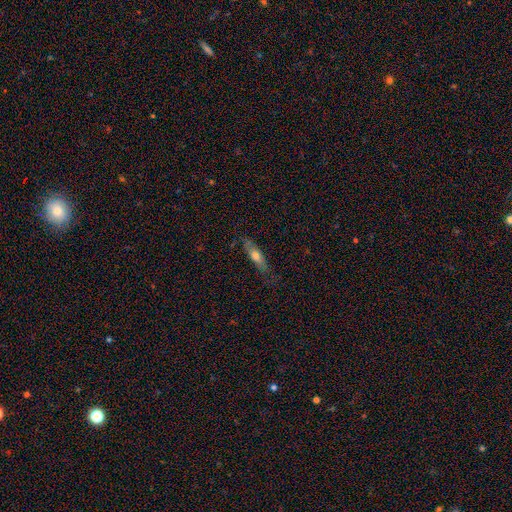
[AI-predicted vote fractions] Overall: smooth (60%; featured or disk 34%). How rounded: cigar-shaped (60%; in between 38%). Merging: none (73%).